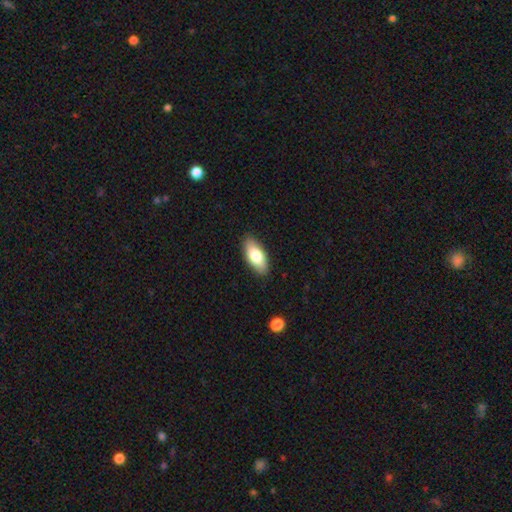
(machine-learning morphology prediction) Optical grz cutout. It shows a smooth galaxy with no disk features (78%) that is in between round and cigar-shaped (88%). Merging: none (88%).